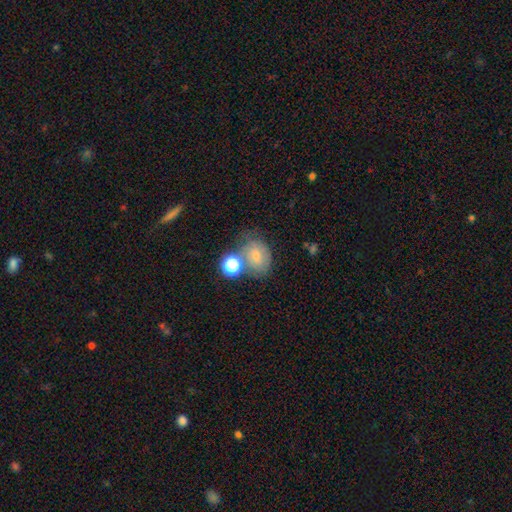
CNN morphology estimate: Smooth or featured: smooth — 60% (featured or disk — 25%)
How rounded: round — 50% (in between — 49%)
Merging: none — 48% (merger — 22%)